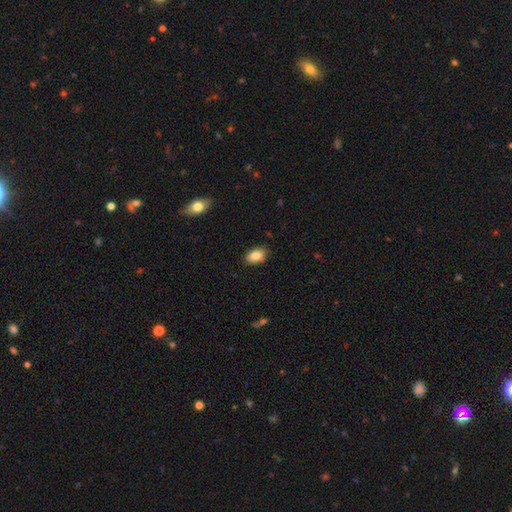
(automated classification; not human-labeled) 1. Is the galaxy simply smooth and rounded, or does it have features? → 85% smooth, 8% star or artifact, 7% featured or disk.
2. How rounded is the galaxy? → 89% in between, 9% round, 2% cigar-shaped.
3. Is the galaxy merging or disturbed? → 85% none, 12% minor disturbance, 2% major disturbance, 1% merger.